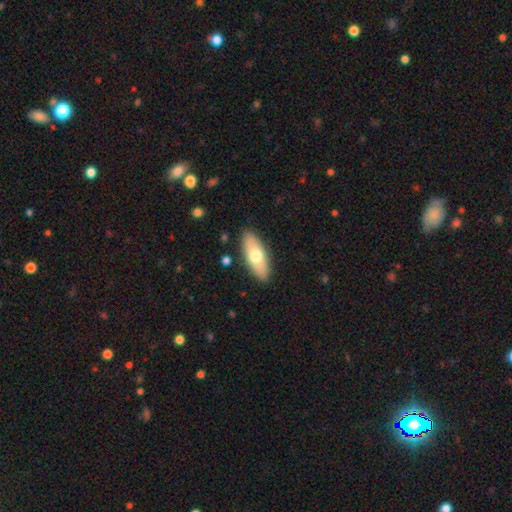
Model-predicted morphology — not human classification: The model was most divided on "smooth or featured": smooth: 66%, featured or disk: 28%, star or artifact: 6%. More confident: merging — none (89%); how rounded — in between (73%).